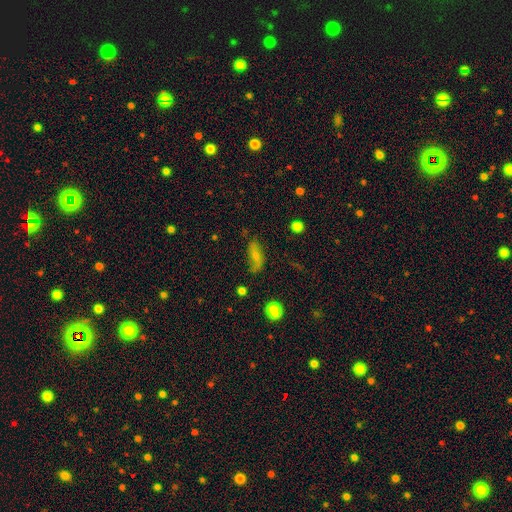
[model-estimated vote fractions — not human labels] smooth_or_featured: smooth (p=0.54) [alt: featured or disk p=0.36]
how_rounded: in between (p=0.77) [alt: cigar-shaped p=0.18]
merging: none (p=0.57) [alt: minor disturbance p=0.28]